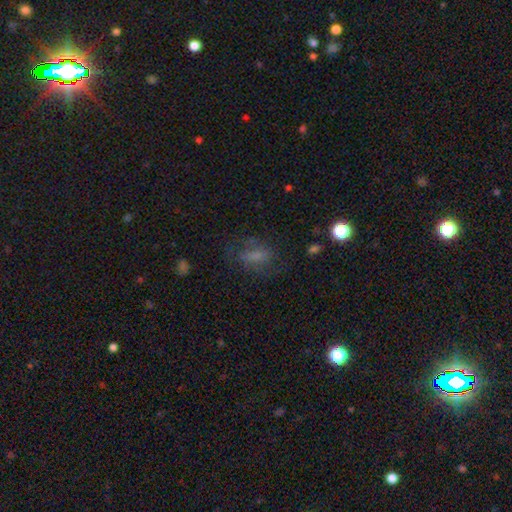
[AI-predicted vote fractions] Smooth or featured? smooth (57%)
How rounded? in between (76%)
Merging? none (57%)